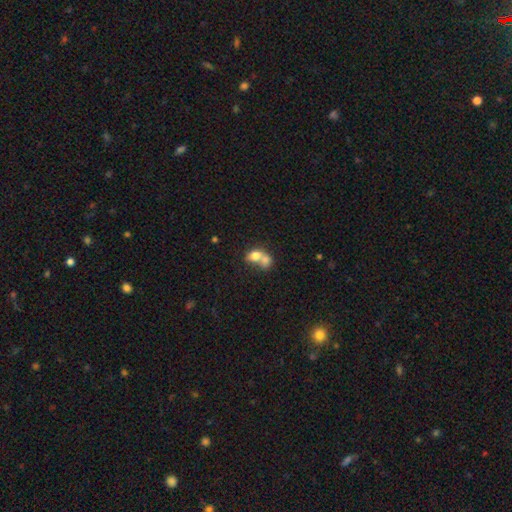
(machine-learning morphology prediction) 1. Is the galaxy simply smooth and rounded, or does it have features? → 73% smooth, 18% featured or disk, 9% star or artifact.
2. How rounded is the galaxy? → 67% in between, 32% round, 2% cigar-shaped.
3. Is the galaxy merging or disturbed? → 72% merger, 17% none, 6% minor disturbance, 5% major disturbance.